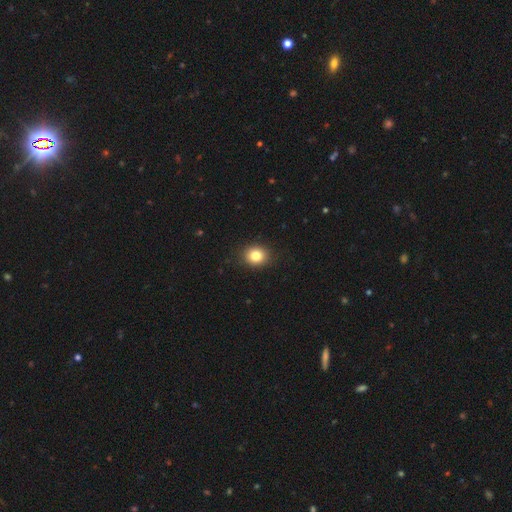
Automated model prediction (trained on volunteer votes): Overall: smooth (83%). How rounded: round (66%; in between 33%). Merging: none (90%).